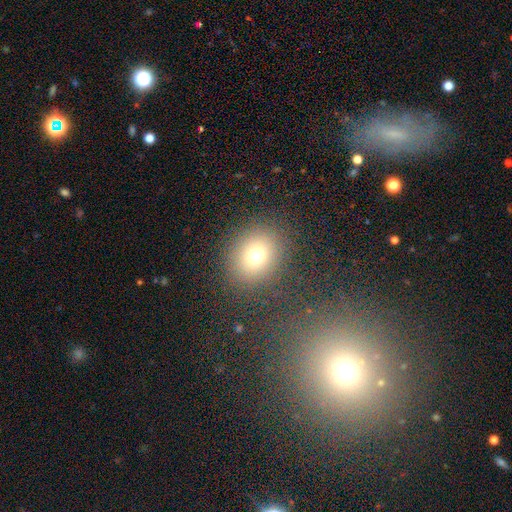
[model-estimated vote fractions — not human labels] smooth_or_featured: smooth (p=0.73) [alt: star or artifact p=0.17]
how_rounded: round (p=0.71) [alt: in between p=0.28]
merging: none (p=0.84) [alt: minor disturbance p=0.08]